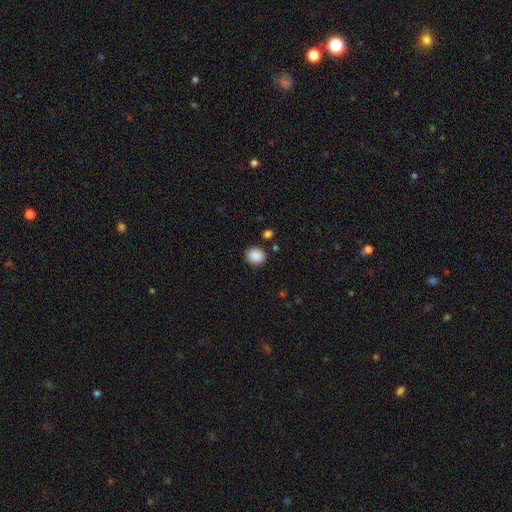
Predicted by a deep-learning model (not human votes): Morphology: type=smooth (89%); roundness=round (81%); merging=none (88%).